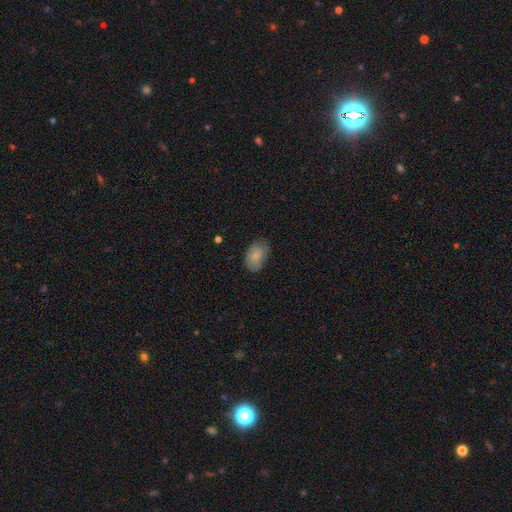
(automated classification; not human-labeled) Smooth or featured? Predicted: smooth (p=0.83). How rounded? Predicted: in between (p=0.89). Merging? Predicted: none (p=0.68).